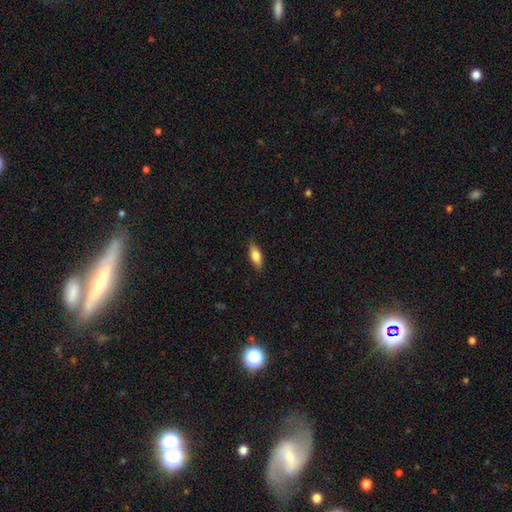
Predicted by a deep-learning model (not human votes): smooth 74%, featured or disk 19%, star or artifact 6%. Down the decision tree: how rounded — in between (72%); merging — none (85%).